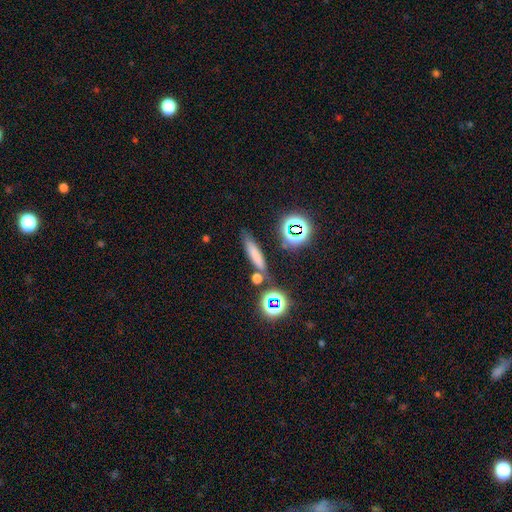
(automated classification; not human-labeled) Smooth or featured? smooth (66%)
How rounded? cigar-shaped (81%)
Merging? none (76%)